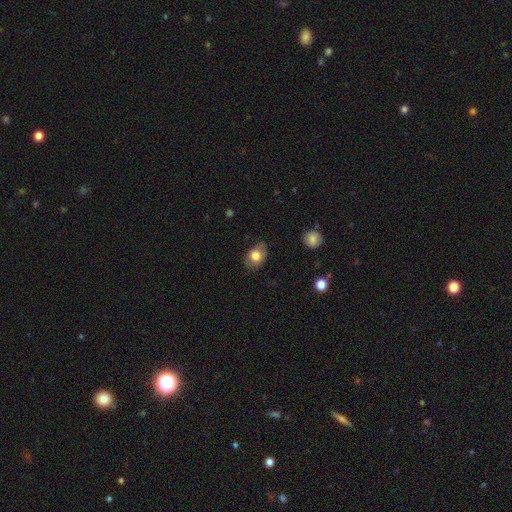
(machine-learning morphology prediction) type=smooth (75%); roundness=in between (76%); merging=none (75%).